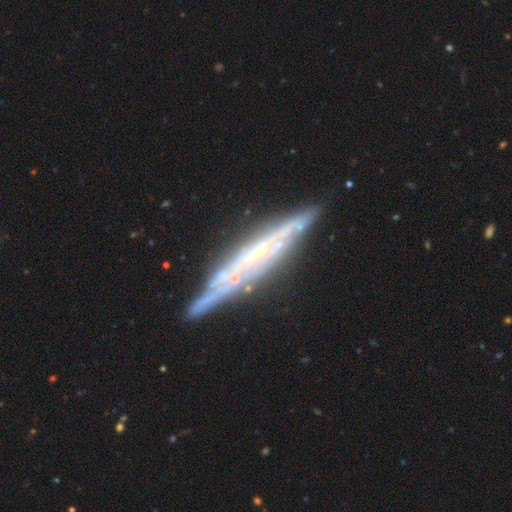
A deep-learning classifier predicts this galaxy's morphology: Smooth or featured?
  - featured or disk: 81% *
  - smooth: 12%
  - star or artifact: 7%
Edge-on disk?
  - yes: 84% *
  - no: 16%
Edge-on bulge?
  - none: 57% *
  - rounded: 27%
  - boxy: 16%
Merging?
  - none: 77% *
  - minor disturbance: 16%
  - major disturbance: 4%
  - merger: 3%